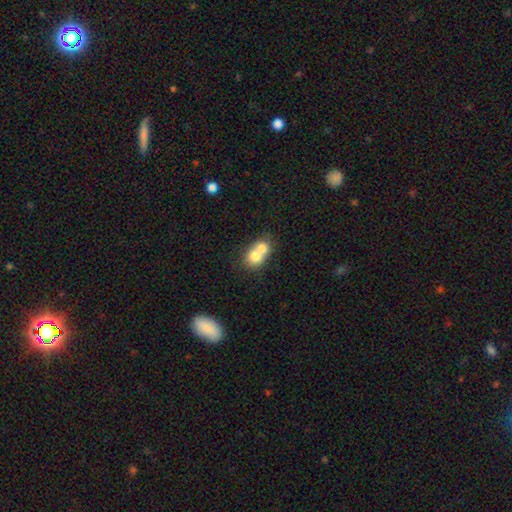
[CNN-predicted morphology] smooth_or_featured: smooth (p=0.72) [alt: featured or disk p=0.20]
how_rounded: round (p=0.65) [alt: in between p=0.34]
merging: merger (p=0.72) [alt: none p=0.21]